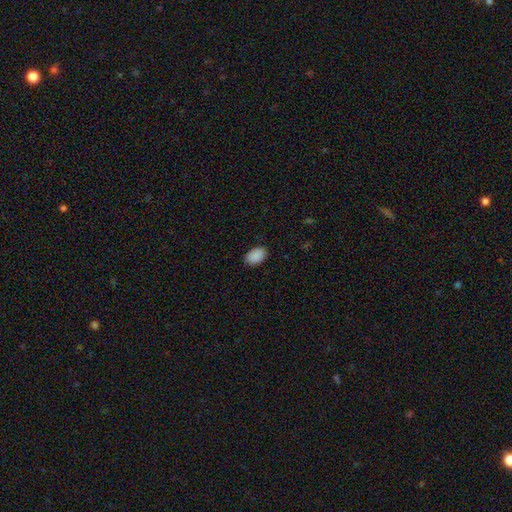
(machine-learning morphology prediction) This is clearly a smooth galaxy (90%). How rounded: clearly in between (90%). Merging: clearly none (88%).